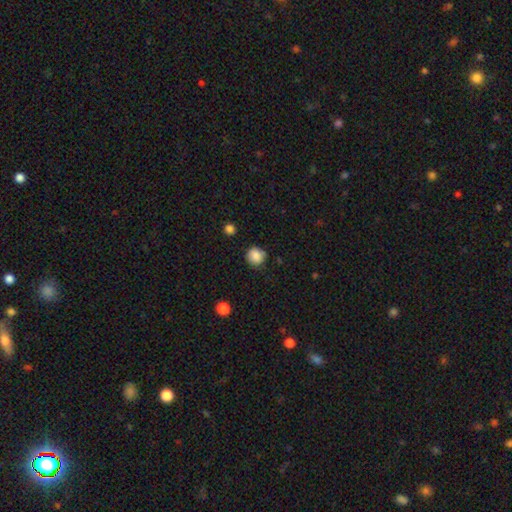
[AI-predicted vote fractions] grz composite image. It shows a smooth galaxy with no disk features (86%) that is round (89%). Merging: none (81%).